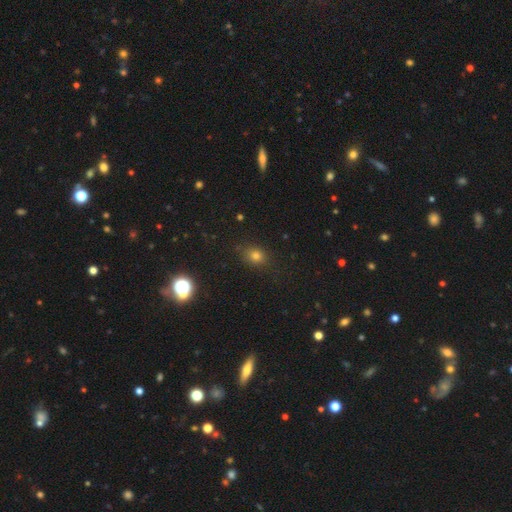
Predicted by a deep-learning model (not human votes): The model was most divided on "how rounded": round: 64%, in between: 35%, cigar-shaped: 1%. More confident: merging — none (83%); smooth or featured — smooth (72%).